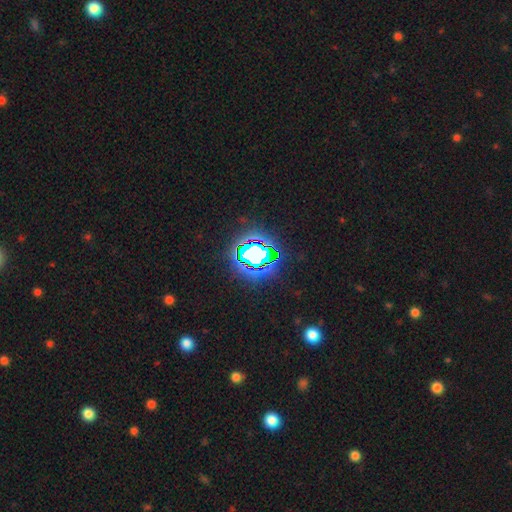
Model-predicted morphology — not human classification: Smooth or featured? Predicted: star or artifact (p=0.75).